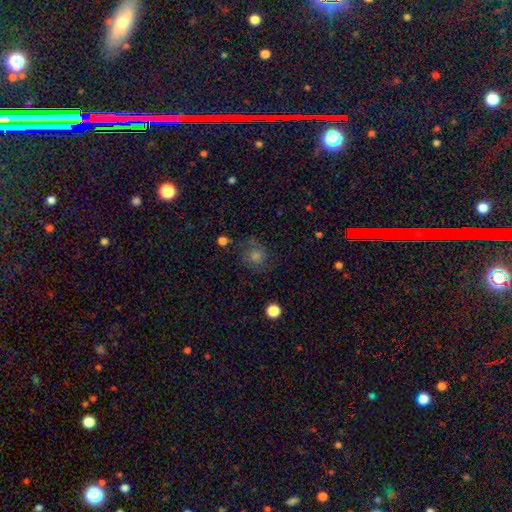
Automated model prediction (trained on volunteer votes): smooth_or_featured: featured or disk (p=0.37) [alt: smooth p=0.35]
merging: none (p=0.74) [alt: minor disturbance p=0.15]